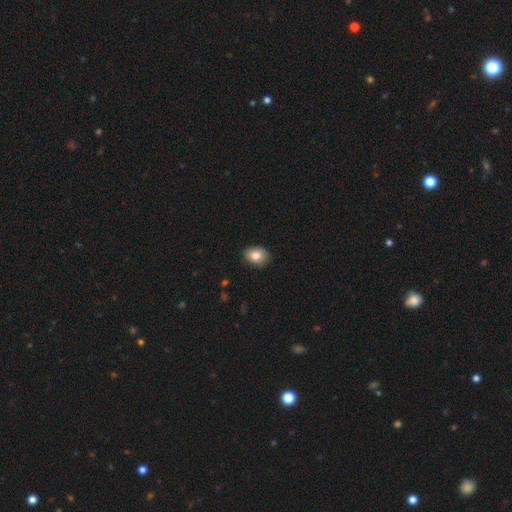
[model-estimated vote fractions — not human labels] This is clearly a smooth galaxy (81%). How rounded: likely in between (64%). Merging: clearly none (86%).